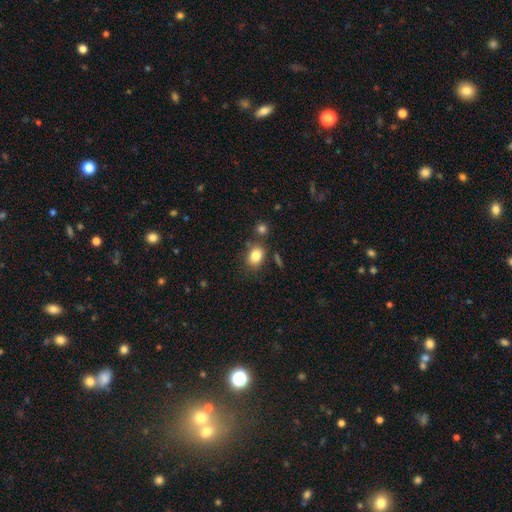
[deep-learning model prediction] The model was most divided on "how rounded": in between: 58%, round: 41%, cigar-shaped: 1%. More confident: smooth or featured — smooth (82%); merging — none (73%).